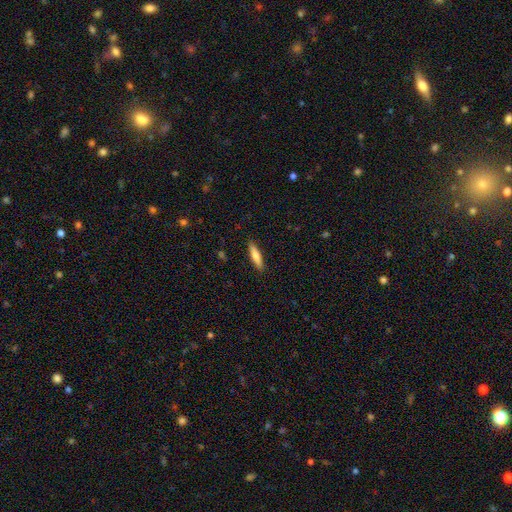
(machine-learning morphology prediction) type=smooth (71%); roundness=cigar-shaped (76%); merging=none (89%).